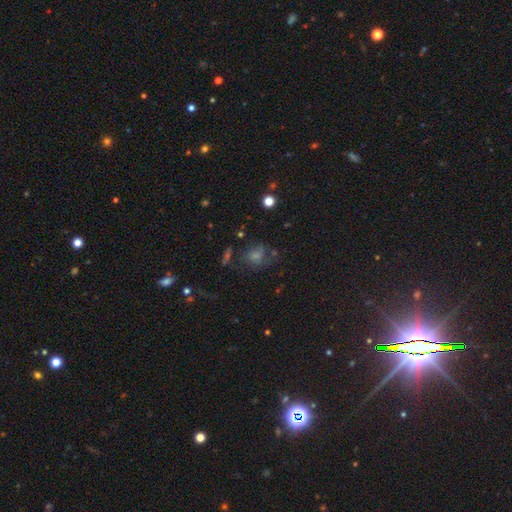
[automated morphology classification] A smooth galaxy with no disk features (39%).

Vote fractions:
- Smooth or featured? smooth: 39% / star or artifact: 38% / featured or disk: 23%
- Merging? none: 59% / minor disturbance: 19% / major disturbance: 15% / merger: 7%